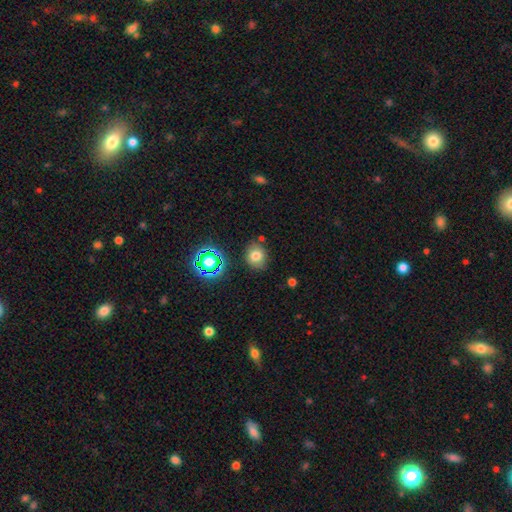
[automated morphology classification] Overall: smooth (72%). How rounded: round (66%; in between 33%). Merging: none (79%).